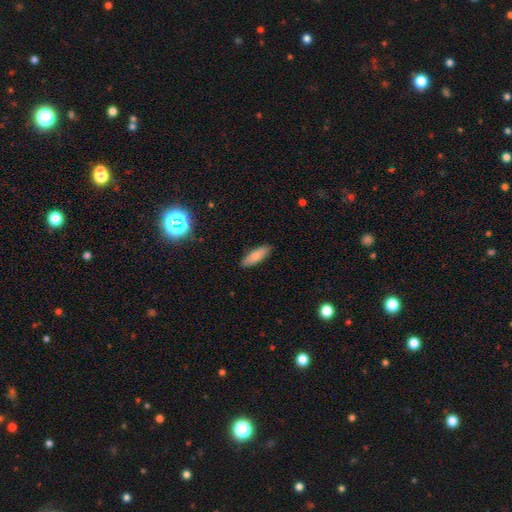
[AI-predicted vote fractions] This appears to be a smooth galaxy with no disk features (82%) that is in between round and cigar-shaped (49%, tied with cigar-shaped). Merging: none (88%).